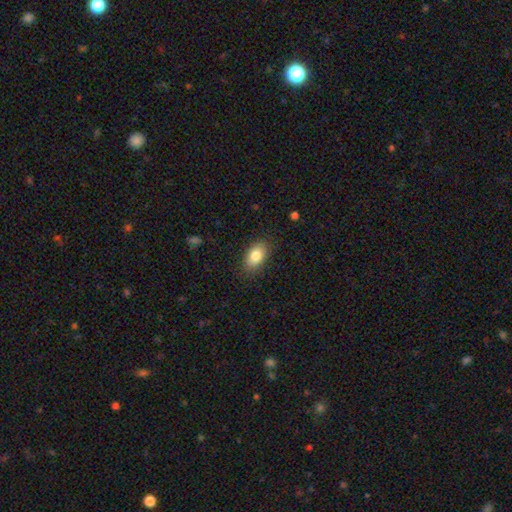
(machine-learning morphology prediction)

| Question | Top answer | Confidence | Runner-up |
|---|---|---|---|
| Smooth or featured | smooth | 83% | featured or disk (9%) |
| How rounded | in between | 91% | round (7%) |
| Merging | none | 85% | minor disturbance (11%) |